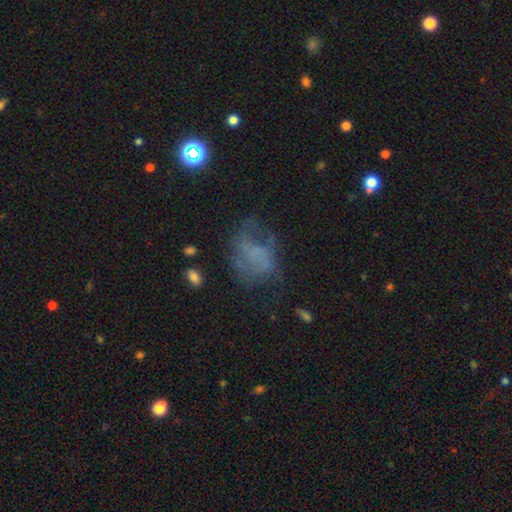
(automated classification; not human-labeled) A featured or disk galaxy (45%). Merging: none (46%).